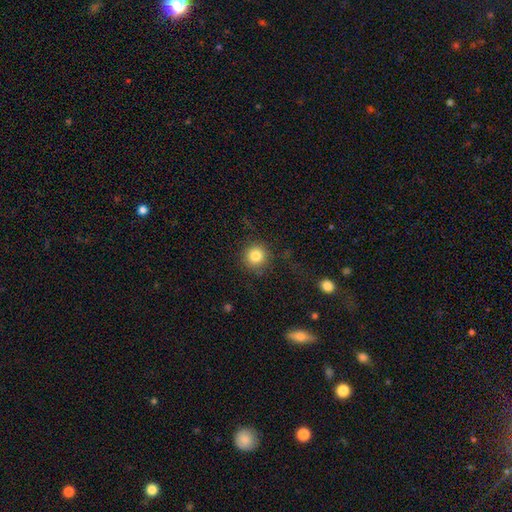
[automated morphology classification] Smooth or featured? Predicted: smooth (p=0.83). How rounded? Predicted: round (p=0.93). Merging? Predicted: none (p=0.84).